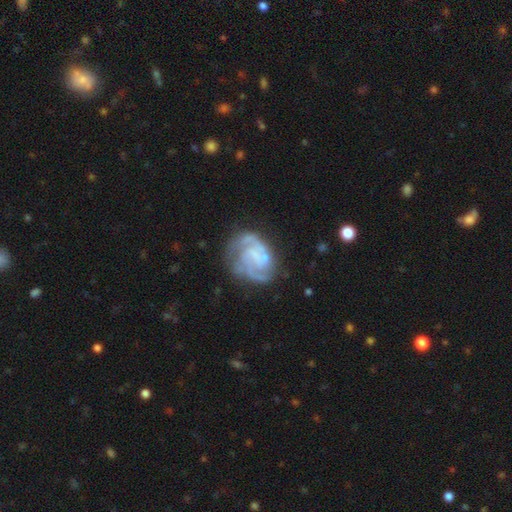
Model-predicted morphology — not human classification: featured or disk 83%, smooth 11%, star or artifact 6%. Down the decision tree: edge-on disk — no (98%); bar — no (54%); spiral arms — yes (93%); spiral arm count — 2 (38%); spiral winding — tight (45%); bulge size — none (51%); merging — none (61%).